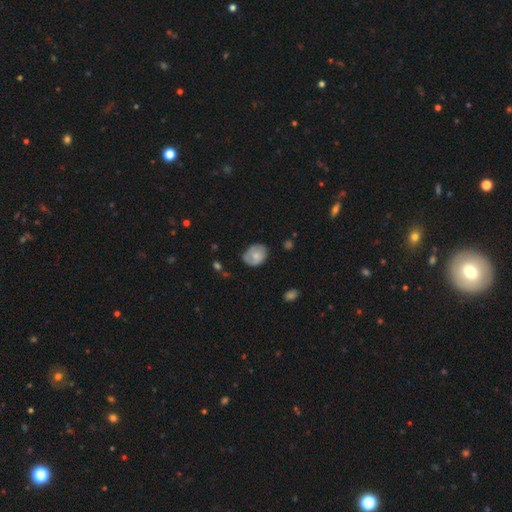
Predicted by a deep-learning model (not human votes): Smooth or featured?
  - smooth: 63% *
  - featured or disk: 30%
  - star or artifact: 7%
How rounded?
  - in between: 60% *
  - round: 39%
  - cigar-shaped: 1%
Merging?
  - none: 65% *
  - minor disturbance: 27%
  - major disturbance: 6%
  - merger: 2%